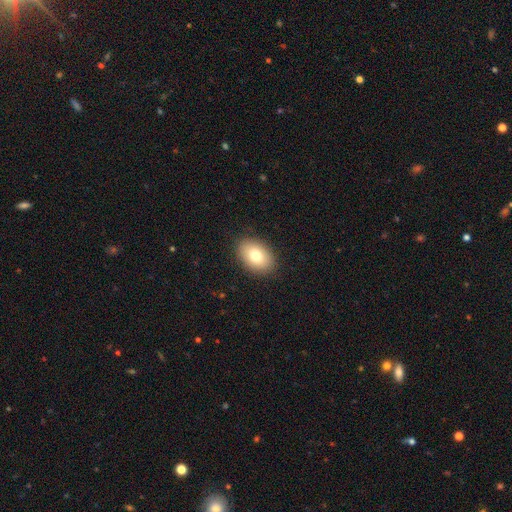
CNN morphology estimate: A smooth galaxy with no disk features (78%) that is in between round and cigar-shaped (84%). Merging: none (89%).